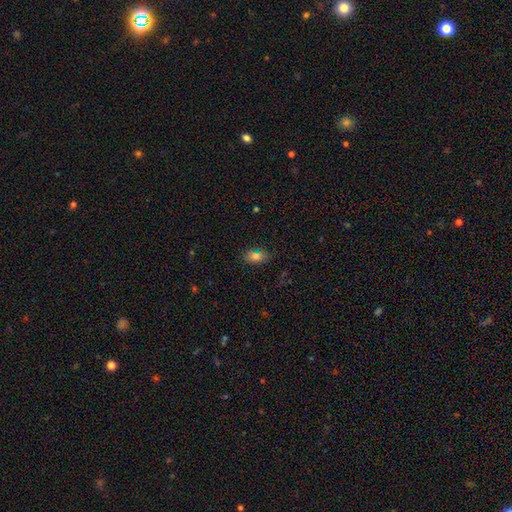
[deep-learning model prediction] smooth 77%, star or artifact 14%, featured or disk 9%. Down the decision tree: how rounded — in between (85%); merging — none (79%).